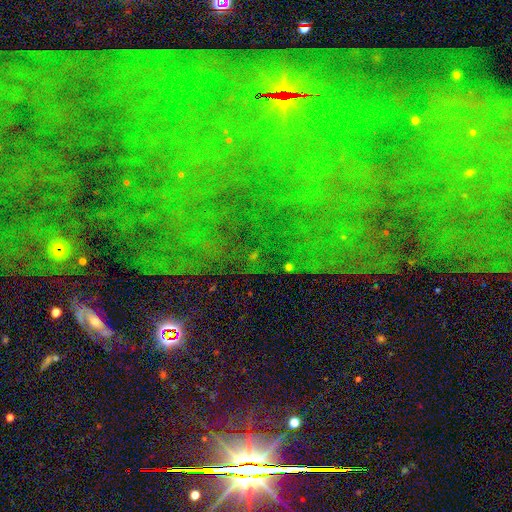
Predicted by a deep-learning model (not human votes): Morphology: type=star or artifact (80%).